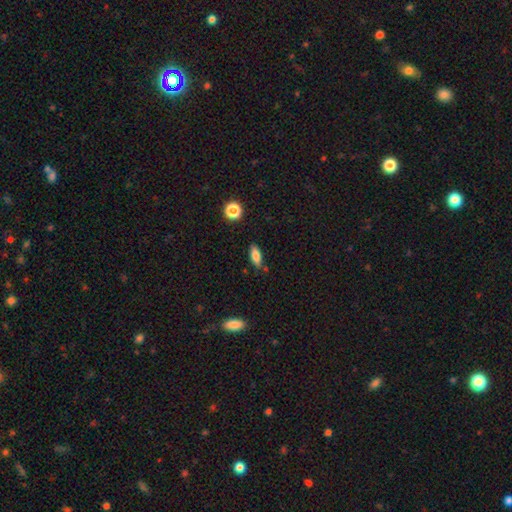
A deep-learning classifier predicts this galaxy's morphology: Smooth or featured? Predicted: smooth (p=0.80). How rounded? Predicted: in between (p=0.78). Merging? Predicted: none (p=0.80).